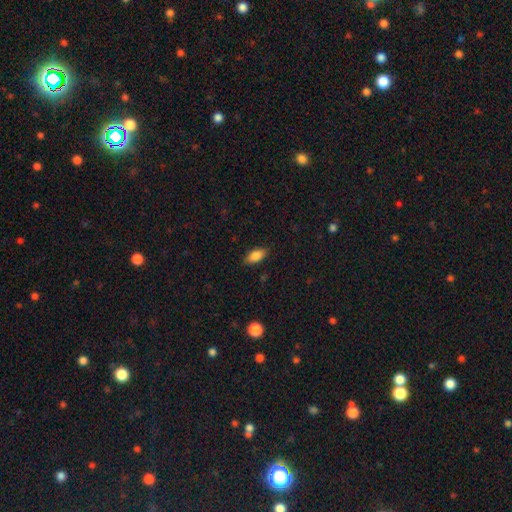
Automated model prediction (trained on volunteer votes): smooth_or_featured: smooth (p=0.86) [alt: star or artifact p=0.07]
how_rounded: in between (p=0.89) [alt: cigar-shaped p=0.08]
merging: none (p=0.86) [alt: minor disturbance p=0.11]